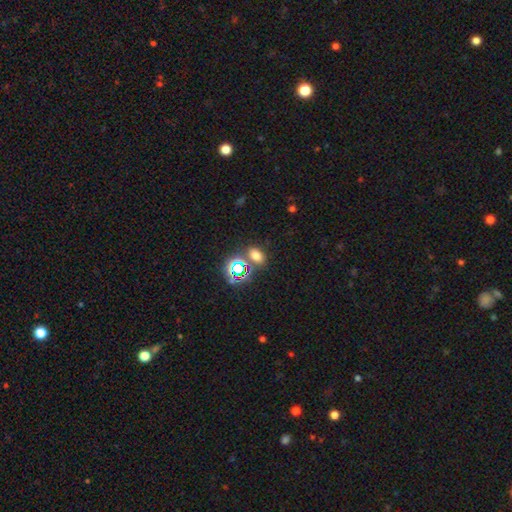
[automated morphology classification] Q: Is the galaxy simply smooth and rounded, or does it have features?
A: smooth — 63%.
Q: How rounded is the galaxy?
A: in between — 78%.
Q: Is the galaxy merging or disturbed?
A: none — 71%.